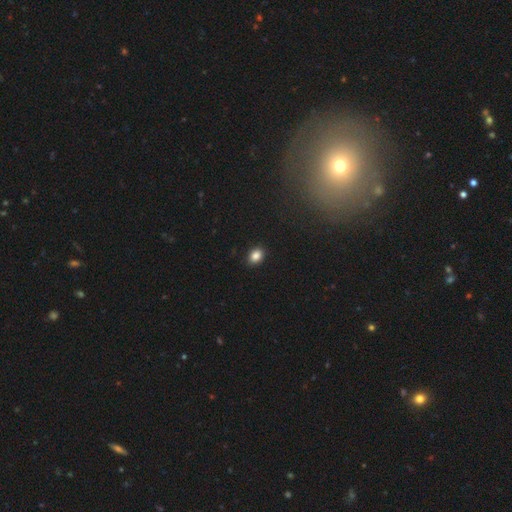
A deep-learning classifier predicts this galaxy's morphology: Smooth or featured?
  - smooth: 86% *
  - star or artifact: 10%
  - featured or disk: 4%
How rounded?
  - in between: 69% *
  - round: 30%
  - cigar-shaped: 1%
Merging?
  - none: 90% *
  - minor disturbance: 8%
  - major disturbance: 2%
  - merger: 1%